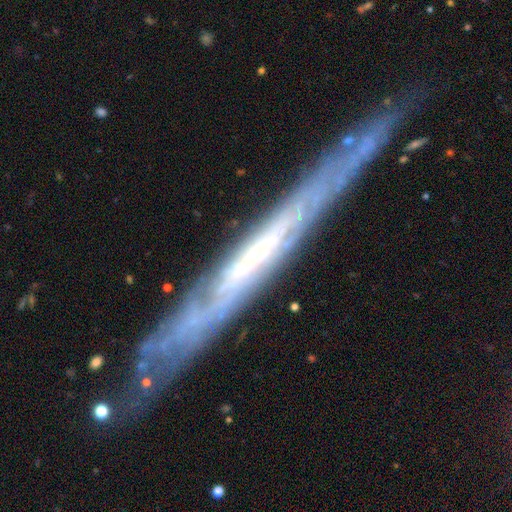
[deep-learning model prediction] featured or disk 79%, smooth 13%, star or artifact 8%. Down the decision tree: edge-on disk — yes (77%); edge-on bulge — none (76%); merging — none (79%).